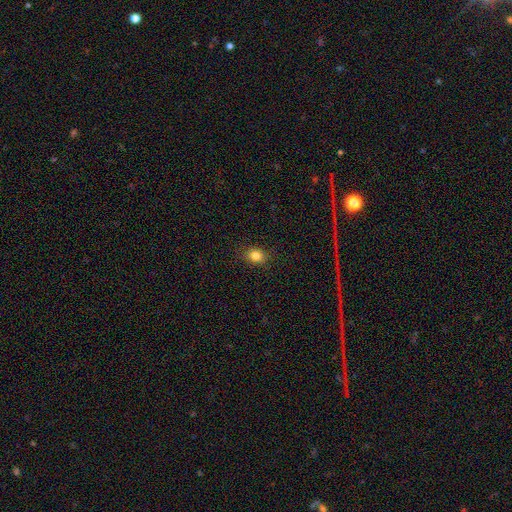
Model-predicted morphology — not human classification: Smooth or featured: smooth — 83% (star or artifact — 11%)
How rounded: in between — 50% (round — 48%)
Merging: none — 88% (minor disturbance — 9%)